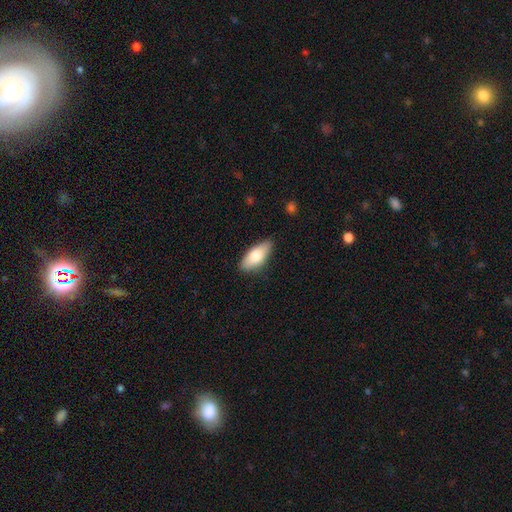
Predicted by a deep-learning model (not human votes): Smooth or featured? smooth (74%)
How rounded? in between (85%)
Merging? none (83%)